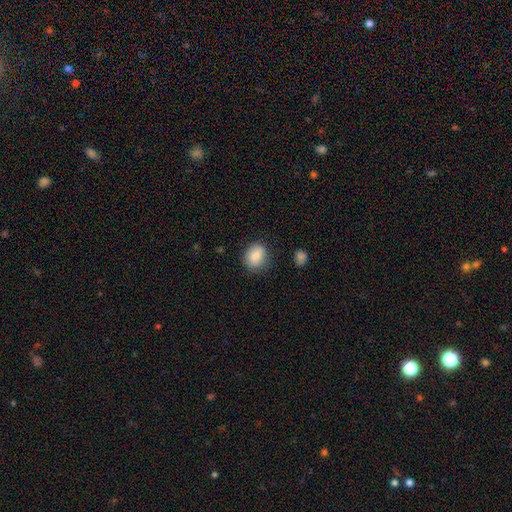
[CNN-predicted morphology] A smooth galaxy with no disk features (83%) that is round (61%). Merging: none (80%).